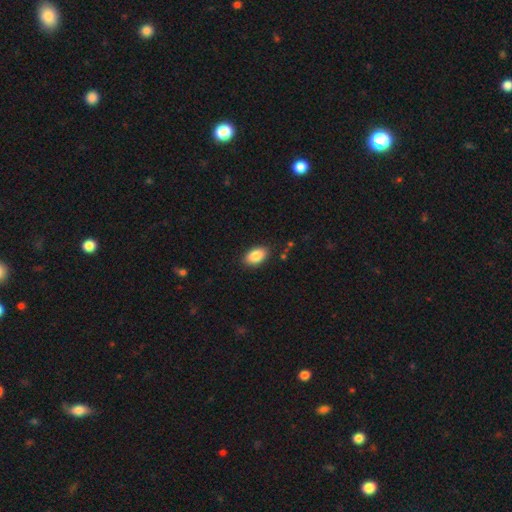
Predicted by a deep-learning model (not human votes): A smooth galaxy with no disk features (87%) that is in between round and cigar-shaped (92%). Merging: none (87%).